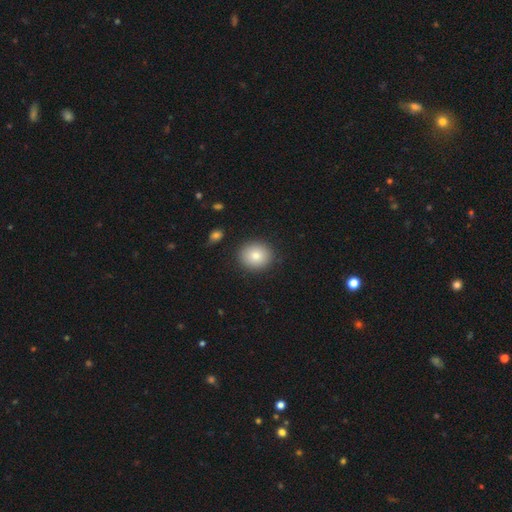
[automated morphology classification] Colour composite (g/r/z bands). It shows a smooth galaxy with no disk features (83%) that is round (76%). Merging: none (88%).